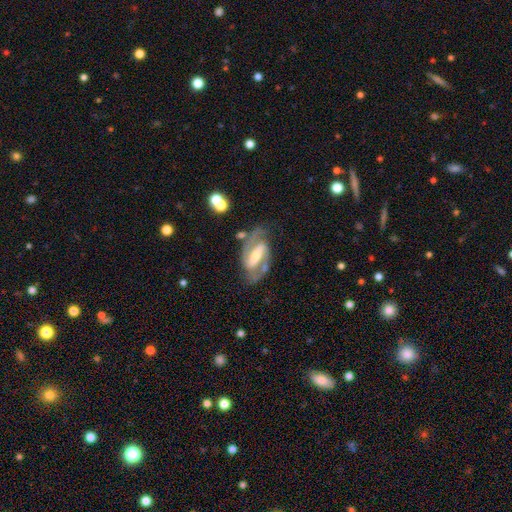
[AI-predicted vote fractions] Overall: featured or disk (86%). Edge-on disk: no (95%). Bar: strong (64%; weak 26%). Spiral arms: yes (94%). Spiral arm count: 2 (90%). Spiral winding: medium (53%; tight 27%). Bulge size: moderate (46%; small 44%). Merging: none (70%).